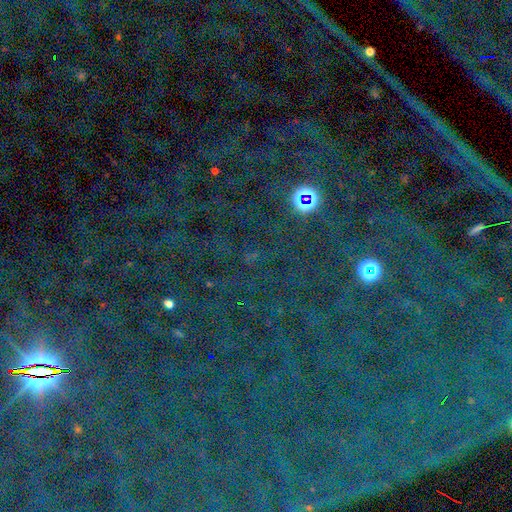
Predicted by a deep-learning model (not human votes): This appears to be a star or artifact, not a galaxy (84%).